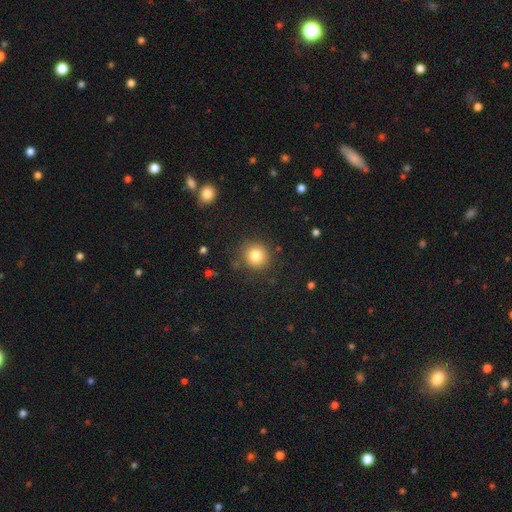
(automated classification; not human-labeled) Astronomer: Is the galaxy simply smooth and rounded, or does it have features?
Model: smooth — 81%.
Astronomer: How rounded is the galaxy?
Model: round — 91%.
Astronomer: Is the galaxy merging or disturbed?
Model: none — 86%.